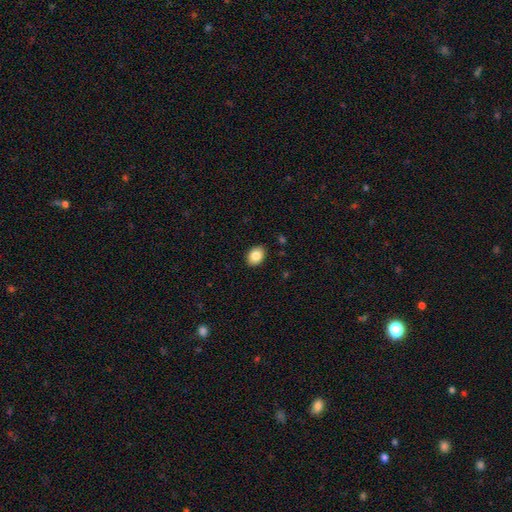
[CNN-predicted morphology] This appears to be a smooth galaxy with no disk features (85%) that is in between round and cigar-shaped (74%). Merging: none (89%).